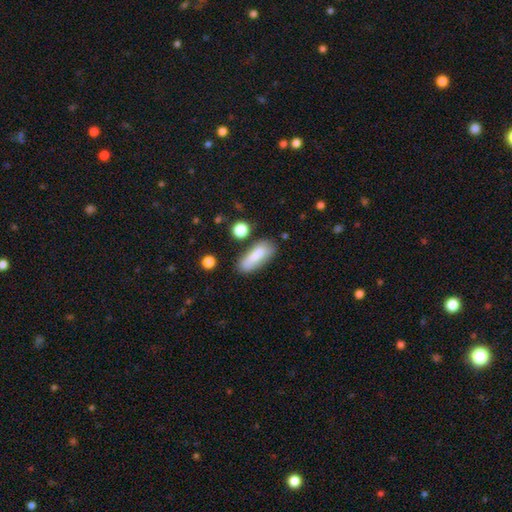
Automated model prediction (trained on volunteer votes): This is likely a smooth galaxy (76%). How rounded: likely in between (66%). Merging: likely none (67%).